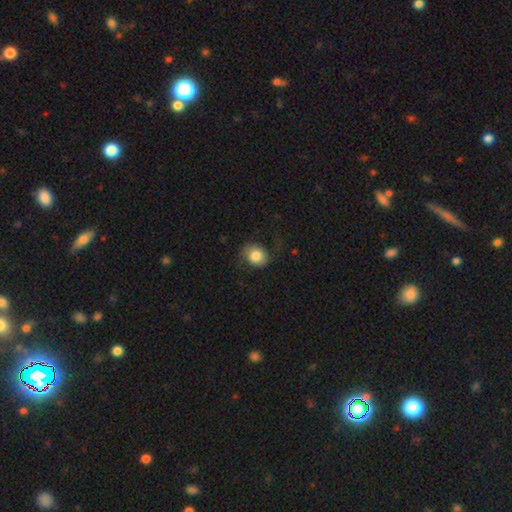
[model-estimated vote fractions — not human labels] Smooth or featured?
  - smooth: 74% *
  - featured or disk: 19%
  - star or artifact: 8%
How rounded?
  - round: 67% *
  - in between: 32%
  - cigar-shaped: 1%
Merging?
  - none: 67% *
  - minor disturbance: 20%
  - major disturbance: 12%
  - merger: 1%